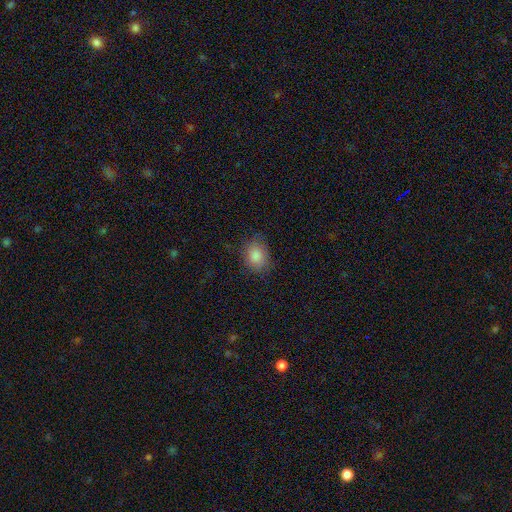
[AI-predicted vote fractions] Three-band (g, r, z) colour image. It shows a smooth galaxy with no disk features (84%) that is in between round and cigar-shaped (52%). Merging: none (76%).